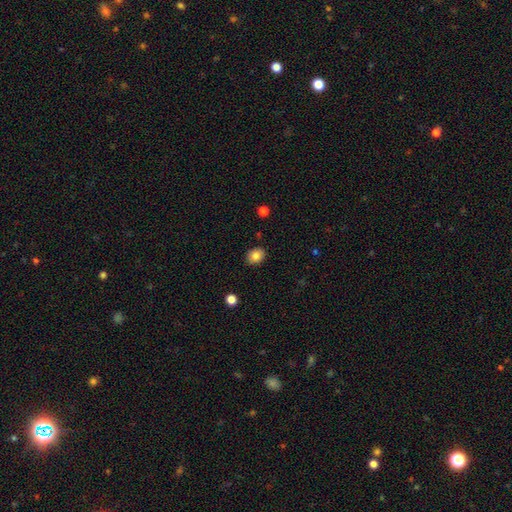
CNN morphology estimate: This appears to be a smooth galaxy with no disk features (83%) that is in between round and cigar-shaped (56%). Merging: none (87%).